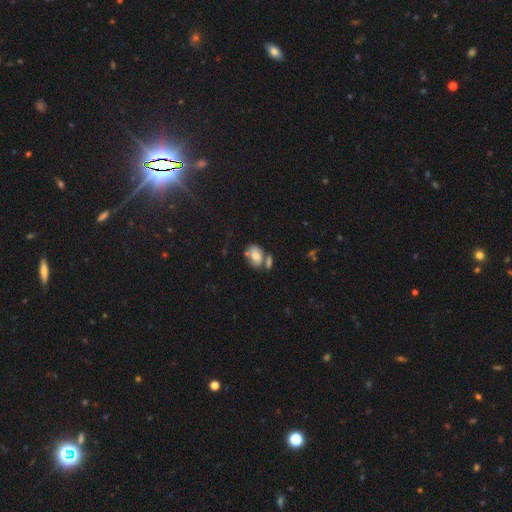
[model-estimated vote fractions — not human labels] Morphology: type=smooth (70%); roundness=in between (79%); merging=none (42%).